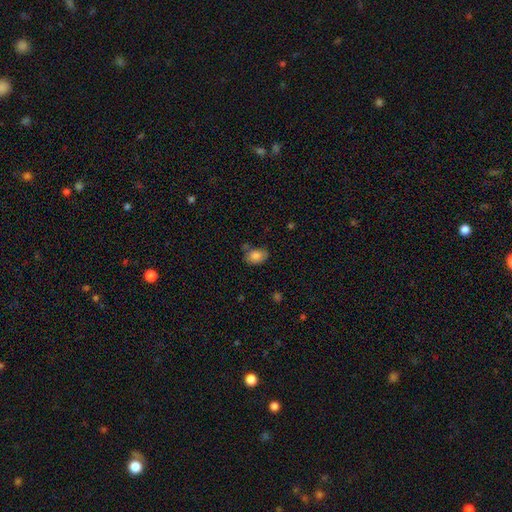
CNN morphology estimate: This is clearly a smooth galaxy (81%). How rounded: likely in between (78%). Merging: likely none (63%).